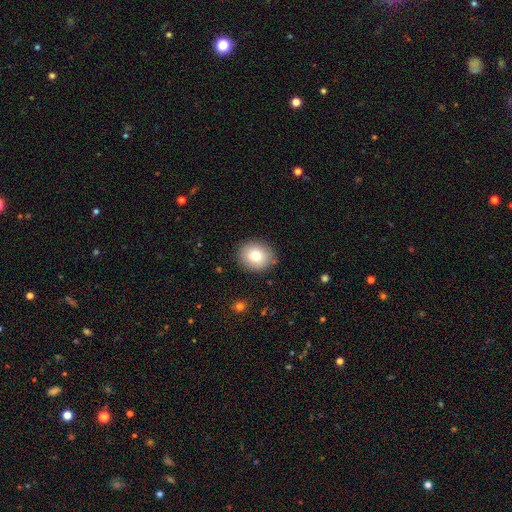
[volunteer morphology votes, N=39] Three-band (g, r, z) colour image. It shows a smooth galaxy with no disk features (87%) that is round (91%). Merging: none (83%).